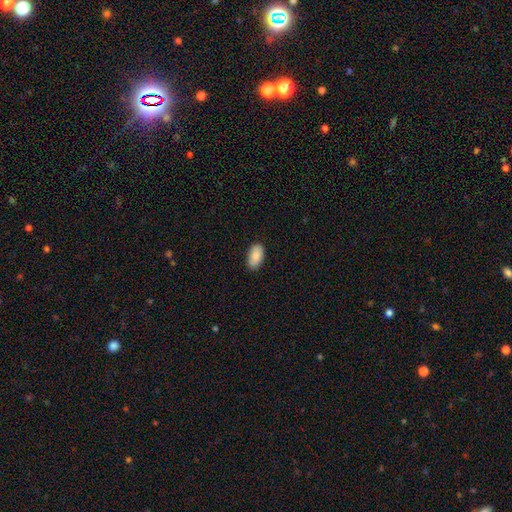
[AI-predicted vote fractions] smooth 88%, star or artifact 6%, featured or disk 6%. Down the decision tree: how rounded — in between (95%); merging — none (87%).